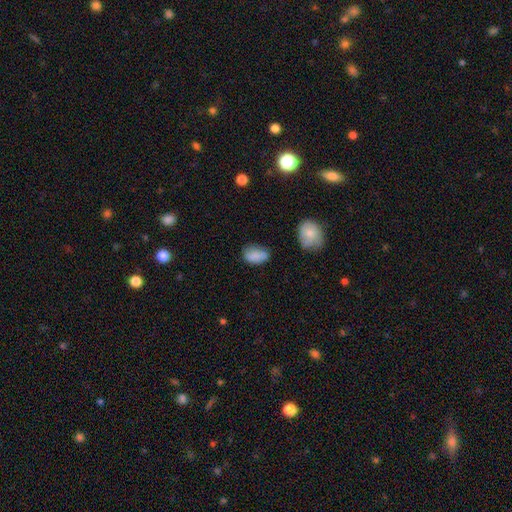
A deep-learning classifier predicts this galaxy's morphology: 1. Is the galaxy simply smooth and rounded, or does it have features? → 83% smooth, 9% star or artifact, 9% featured or disk.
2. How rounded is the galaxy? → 89% in between, 9% round, 2% cigar-shaped.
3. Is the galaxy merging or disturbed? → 59% none, 30% minor disturbance, 7% major disturbance, 4% merger.